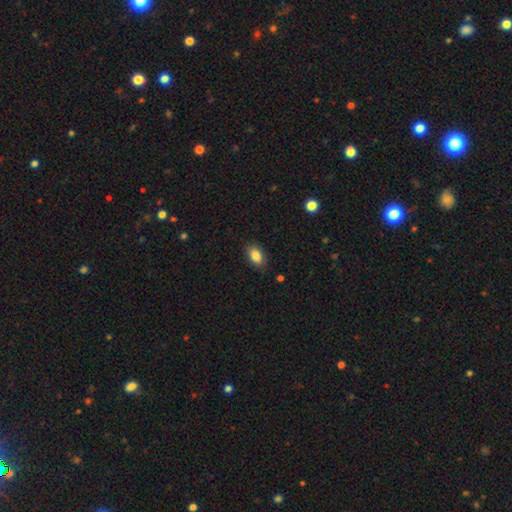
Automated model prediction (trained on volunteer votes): smooth 86%, star or artifact 8%, featured or disk 6%. Down the decision tree: how rounded — in between (91%); merging — none (86%).